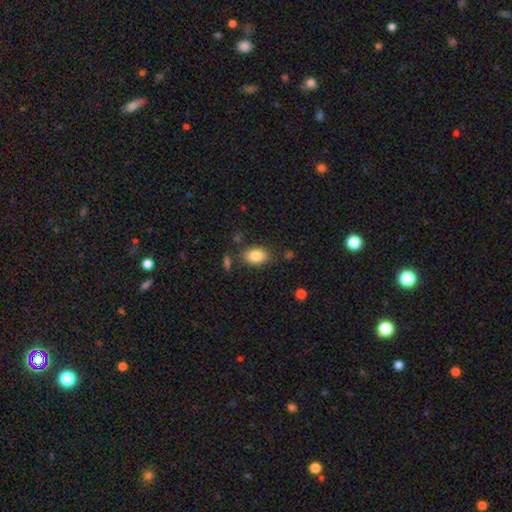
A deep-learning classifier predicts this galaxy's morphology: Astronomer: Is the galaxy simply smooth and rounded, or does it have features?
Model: smooth — 85%.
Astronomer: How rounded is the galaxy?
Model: in between — 84%.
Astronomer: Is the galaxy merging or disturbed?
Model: none — 79%.